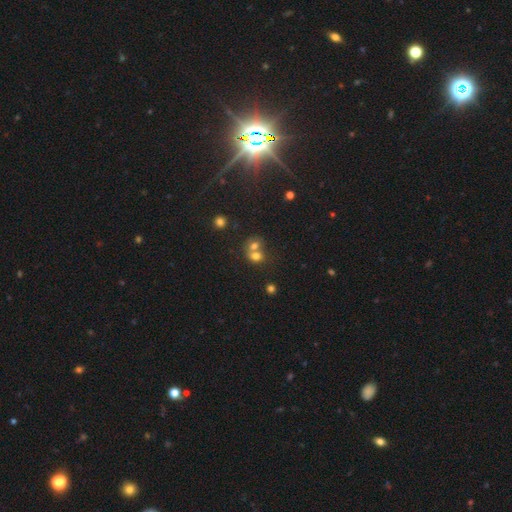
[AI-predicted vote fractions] This appears to be a smooth galaxy with no disk features (69%) that is round (59%). Merging: merger (65%).